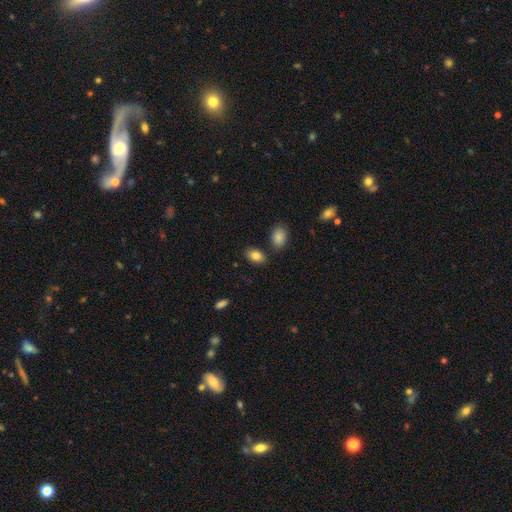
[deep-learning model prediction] Morphology: type=smooth (84%); roundness=in between (89%); merging=none (79%).